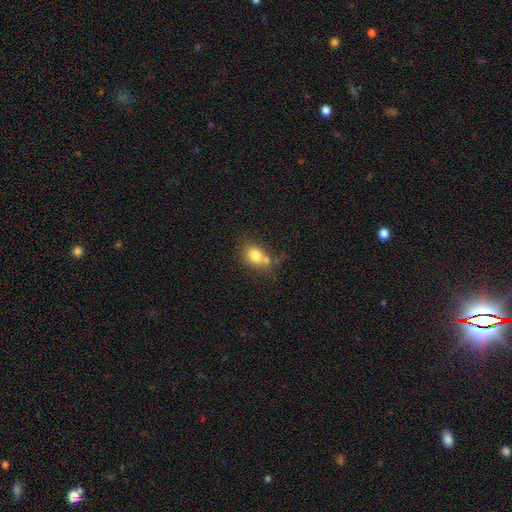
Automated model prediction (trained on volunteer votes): Morphology: type=smooth (79%); roundness=in between (63%); merging=none (46%).